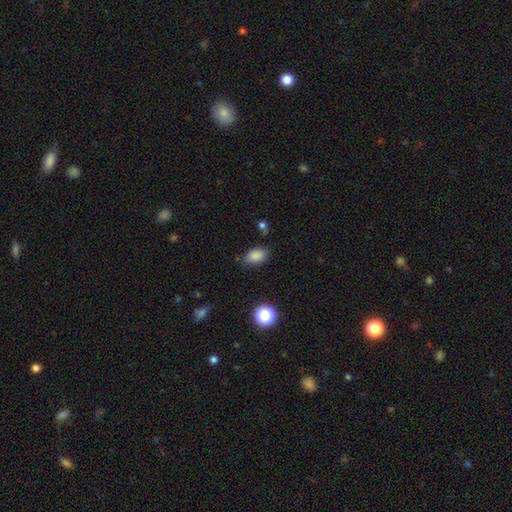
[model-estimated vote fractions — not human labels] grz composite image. It shows a smooth galaxy with no disk features (85%) that is in between round and cigar-shaped (87%). Merging: none (78%).